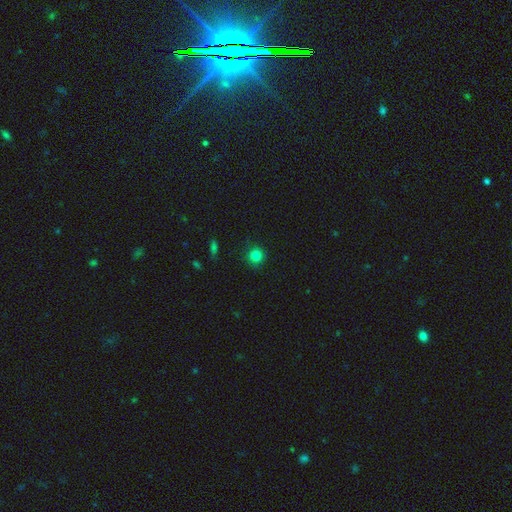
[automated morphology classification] Smooth or featured? smooth (83%)
How rounded? round (93%)
Merging? none (89%)